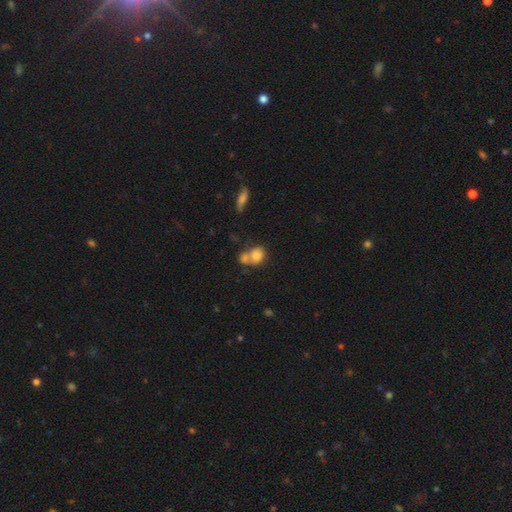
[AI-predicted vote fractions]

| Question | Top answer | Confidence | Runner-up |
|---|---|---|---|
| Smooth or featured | smooth | 78% | featured or disk (13%) |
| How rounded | round | 52% | in between (47%) |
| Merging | merger | 51% | none (33%) |